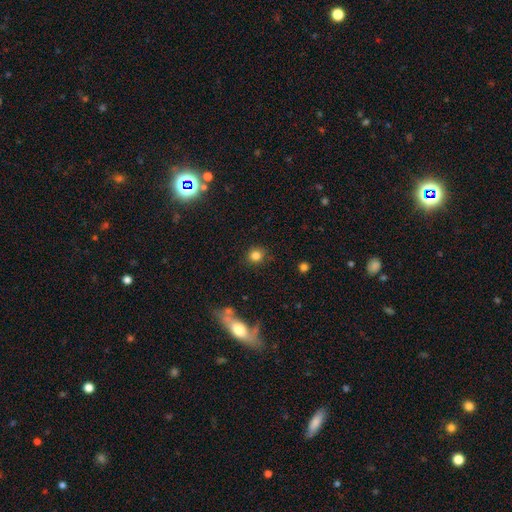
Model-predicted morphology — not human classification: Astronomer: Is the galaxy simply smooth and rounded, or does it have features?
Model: smooth — 81%.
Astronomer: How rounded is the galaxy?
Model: round — 88%.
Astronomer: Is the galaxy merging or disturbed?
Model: none — 86%.